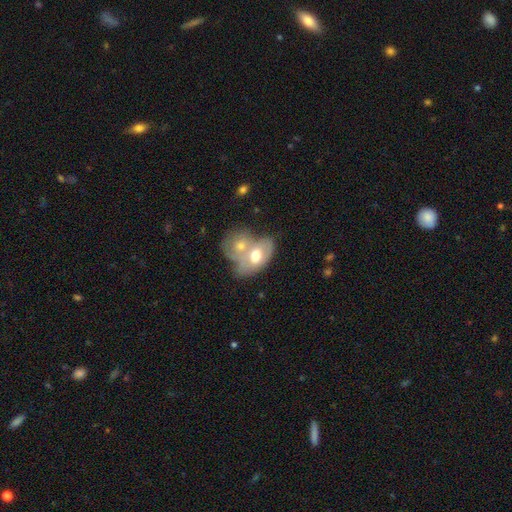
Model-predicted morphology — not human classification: smooth 56%, featured or disk 38%, star or artifact 6%. Down the decision tree: how rounded — in between (82%); merging — merger (70%).